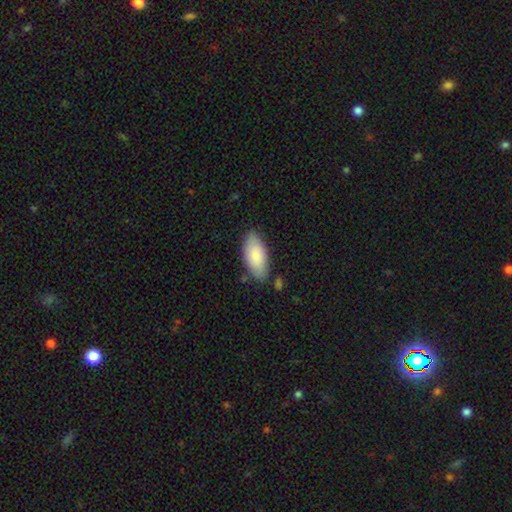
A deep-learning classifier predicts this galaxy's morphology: This is clearly a smooth galaxy (84%). How rounded: clearly in between (91%). Merging: likely none (76%).